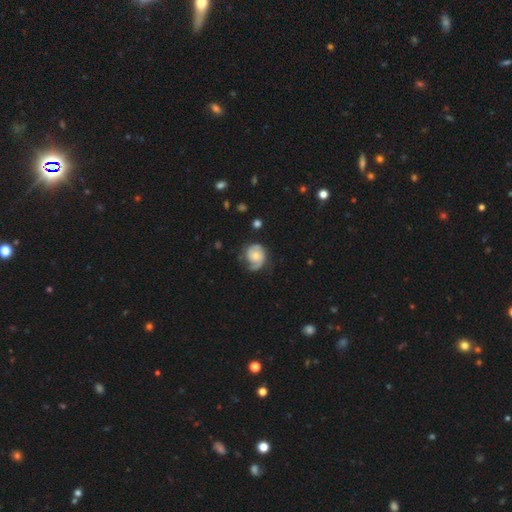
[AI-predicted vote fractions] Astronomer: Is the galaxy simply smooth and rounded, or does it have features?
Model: featured or disk — 67%.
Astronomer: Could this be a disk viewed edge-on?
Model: no — 98%.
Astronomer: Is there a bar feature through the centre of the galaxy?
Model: no — 75%.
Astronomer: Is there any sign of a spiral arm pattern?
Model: yes — 90%.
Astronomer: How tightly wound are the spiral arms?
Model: tight — 43% (runner-up: medium, 39%).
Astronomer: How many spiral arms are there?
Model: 2 — 60%.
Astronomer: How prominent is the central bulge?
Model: moderate — 52% (runner-up: small, 41%).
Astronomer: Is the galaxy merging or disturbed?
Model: none — 57%.